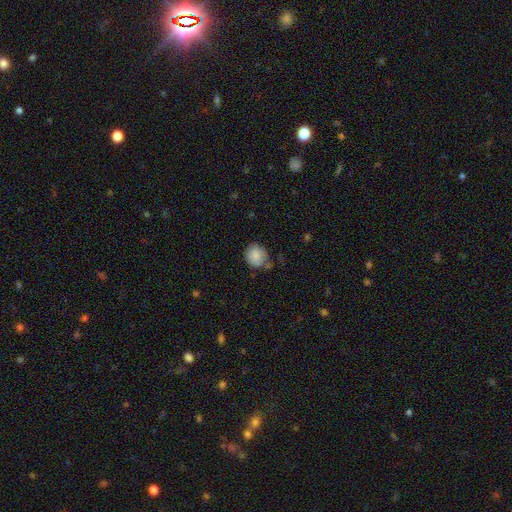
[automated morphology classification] Q: Smooth or featured?
A: smooth (84%); runner-up: featured or disk (8%)
Q: How rounded?
A: round (80%); runner-up: in between (19%)
Q: Merging?
A: none (70%); runner-up: minor disturbance (20%)